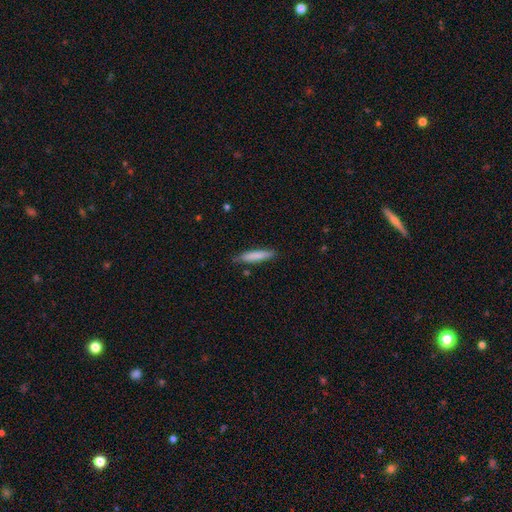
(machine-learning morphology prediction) Overall: smooth (80%). How rounded: cigar-shaped (88%). Merging: none (82%).